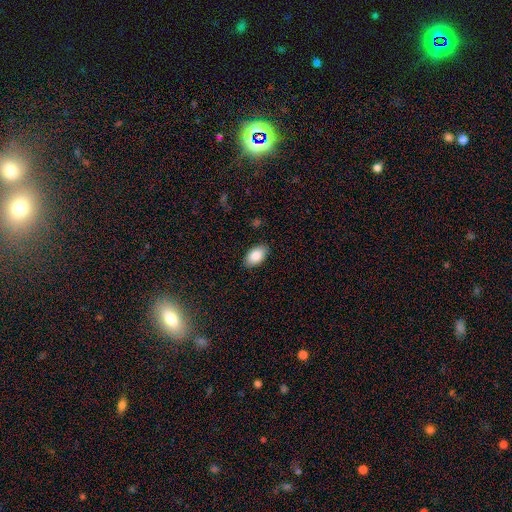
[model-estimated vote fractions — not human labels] smooth-or-featured: smooth: 87% | featured or disk: 7% | star or artifact: 6%
  how-rounded: in between: 94% | round: 5% | cigar-shaped: 1%
  merging: none: 87% | minor disturbance: 10% | major disturbance: 2% | merger: 1%